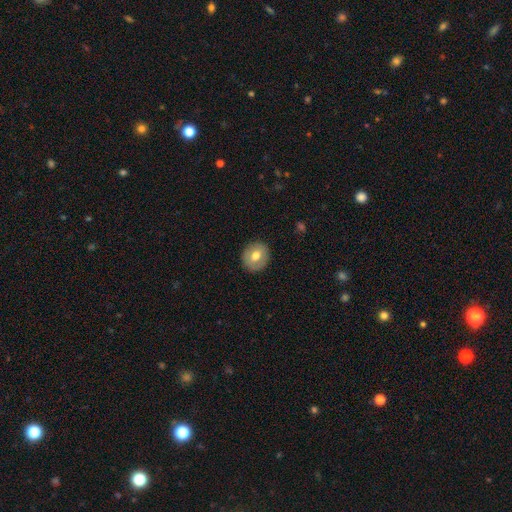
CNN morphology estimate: This appears to be a smooth galaxy with no disk features (65%) that is round (81%). Merging: none (89%).